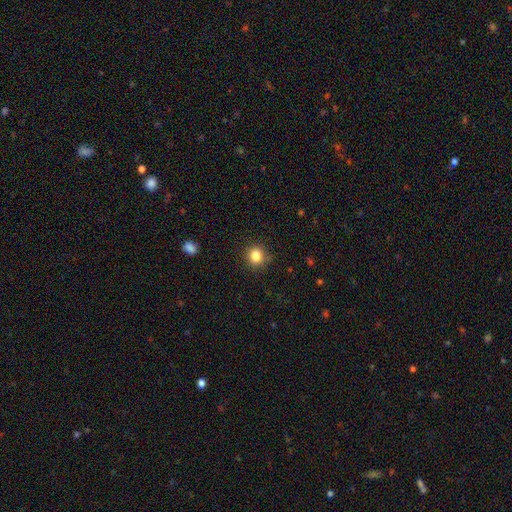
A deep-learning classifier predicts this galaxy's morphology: This appears to be a smooth galaxy with no disk features (84%) that is round (86%). Merging: none (88%).